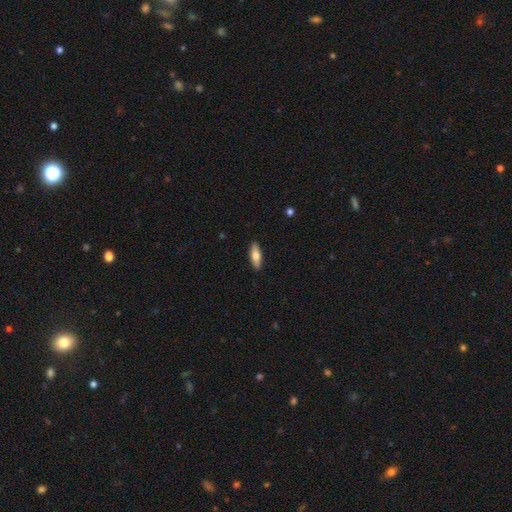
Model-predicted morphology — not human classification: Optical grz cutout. It shows a smooth galaxy with no disk features (68%) that is in between round and cigar-shaped (57%). Merging: none (90%).